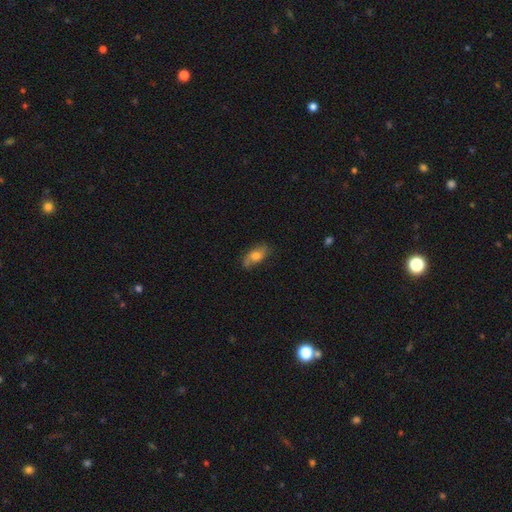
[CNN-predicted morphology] A smooth galaxy with no disk features (65%) that is in between round and cigar-shaped (86%).

Vote fractions:
- Smooth or featured? smooth: 65% / featured or disk: 27% / star or artifact: 8%
- How rounded? in between: 86% / cigar-shaped: 9% / round: 5%
- Merging? none: 68% / minor disturbance: 24% / major disturbance: 6% / merger: 2%